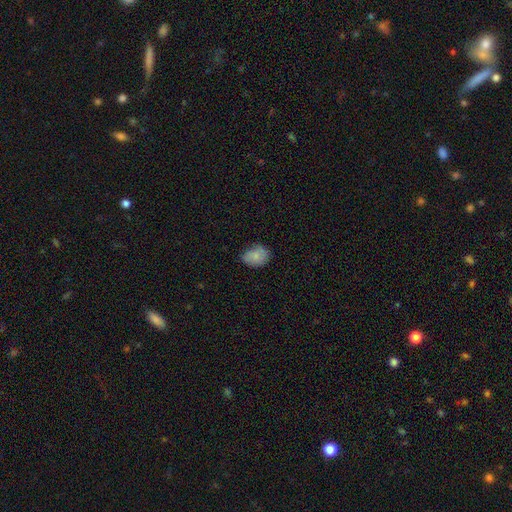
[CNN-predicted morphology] Overall: smooth (81%). How rounded: in between (68%; round 31%). Merging: none (66%; minor disturbance 27%).